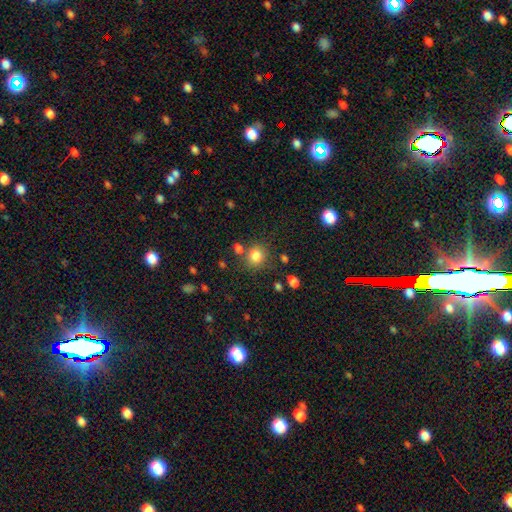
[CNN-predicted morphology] Smooth or featured? smooth (83%)
How rounded? round (82%)
Merging? none (73%)